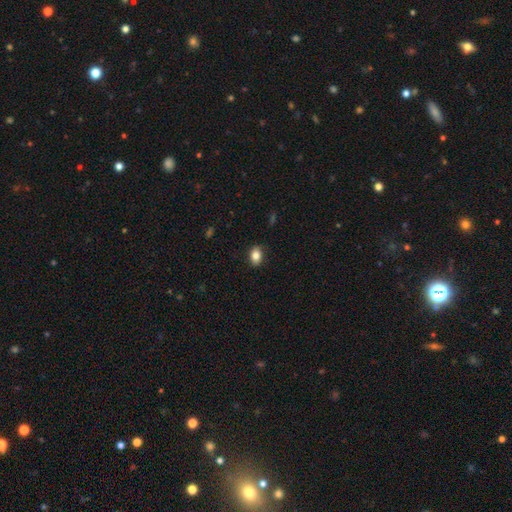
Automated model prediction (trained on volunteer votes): This is clearly a smooth galaxy (83%). How rounded: likely in between (76%). Merging: clearly none (87%).